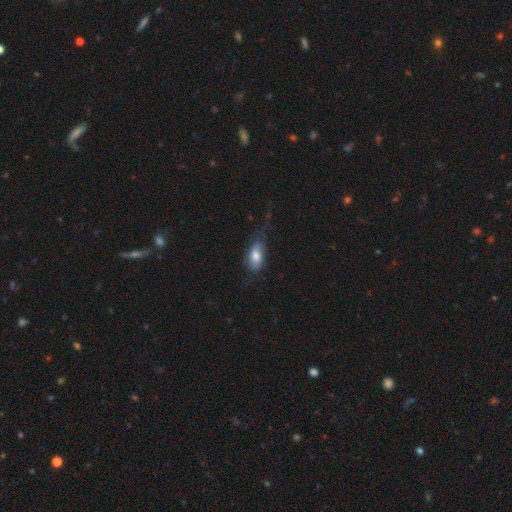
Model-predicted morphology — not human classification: This is likely a smooth galaxy (73%). How rounded: clearly in between (87%). Merging: possibly none (47%).